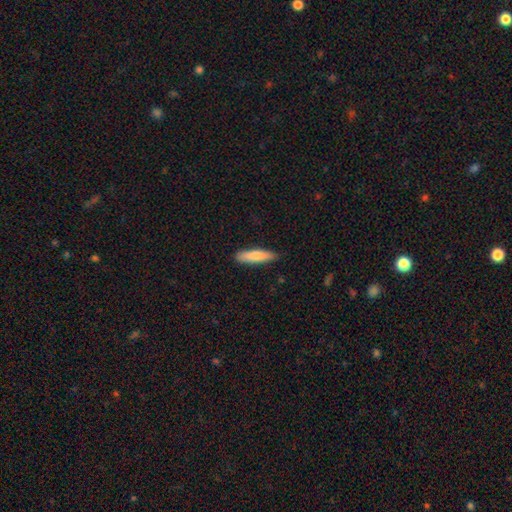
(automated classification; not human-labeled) A smooth galaxy with no disk features (79%) that is cigar-shaped (78%). Merging: none (86%).